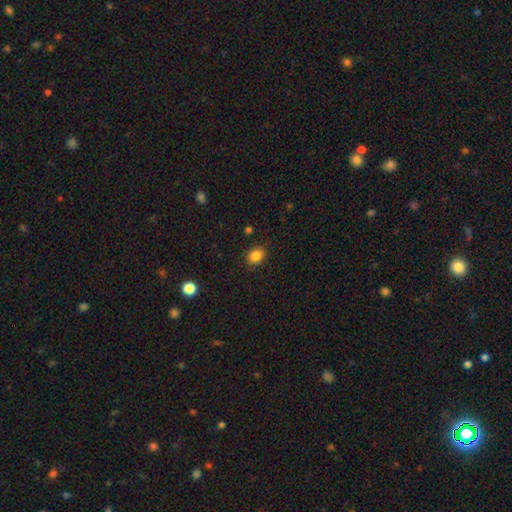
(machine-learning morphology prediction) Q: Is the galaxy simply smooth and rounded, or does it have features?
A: smooth — 85%.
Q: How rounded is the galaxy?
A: in between — 50%.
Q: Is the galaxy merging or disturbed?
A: none — 87%.